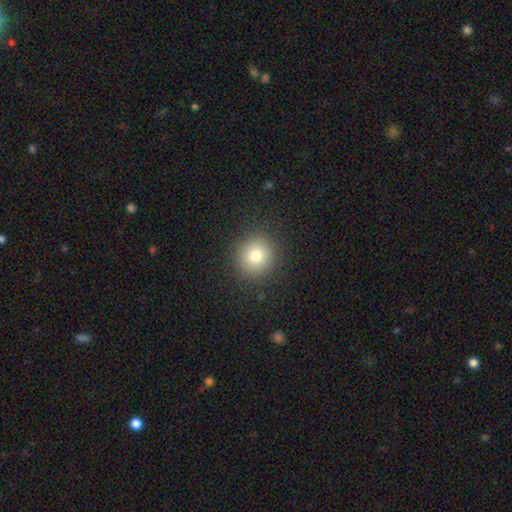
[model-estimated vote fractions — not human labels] A smooth galaxy with no disk features (79%) that is round (91%).

Vote fractions:
- Smooth or featured? smooth: 79% / star or artifact: 12% / featured or disk: 9%
- How rounded? round: 91% / in between: 8% / cigar-shaped: 1%
- Merging? none: 90% / minor disturbance: 6% / major disturbance: 3% / merger: 1%